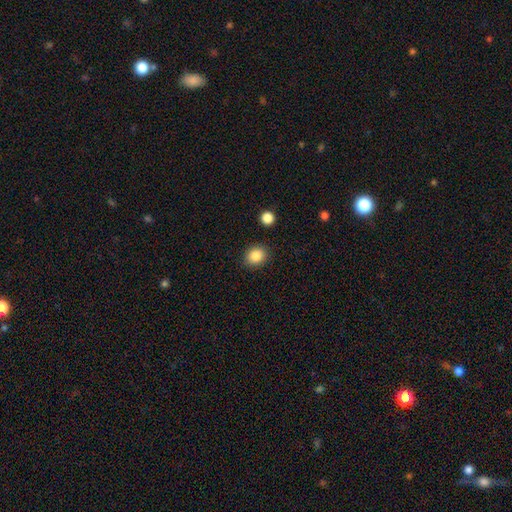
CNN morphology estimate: Smooth or featured? Predicted: smooth (p=0.86). How rounded? Predicted: round (p=0.63). Merging? Predicted: none (p=0.88).